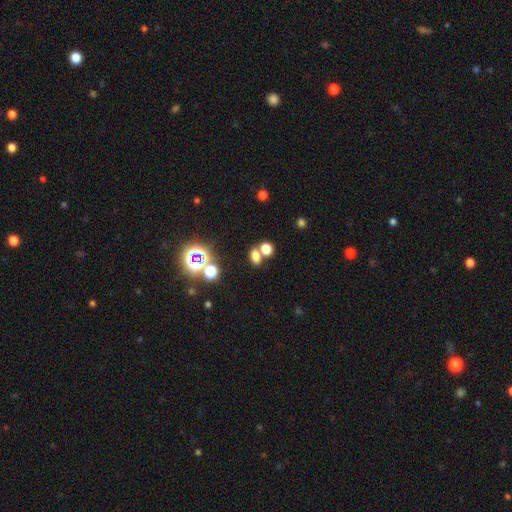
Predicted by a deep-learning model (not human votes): A smooth galaxy with no disk features (67%) that is in between round and cigar-shaped (69%). Merging: none (54%).